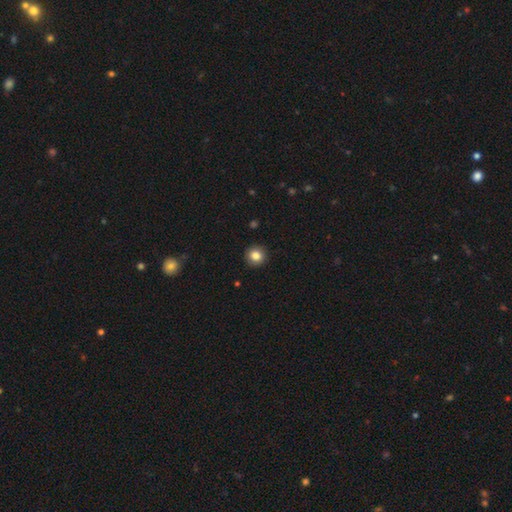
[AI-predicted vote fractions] Smooth or featured? Predicted: smooth (p=0.84). How rounded? Predicted: round (p=0.93). Merging? Predicted: none (p=0.92).